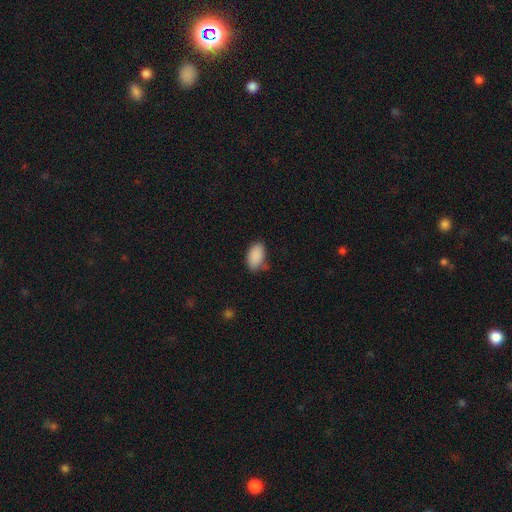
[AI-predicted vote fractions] smooth 88%, star or artifact 8%, featured or disk 4%. Down the decision tree: how rounded — in between (94%); merging — none (68%).